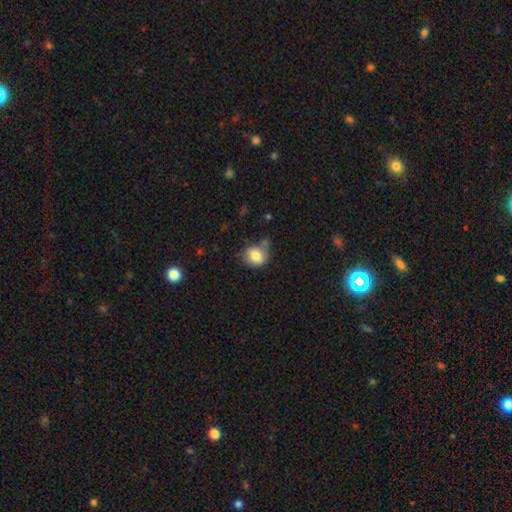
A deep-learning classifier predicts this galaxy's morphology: Overall: smooth (81%). How rounded: round (71%). Merging: none (61%; minor disturbance 22%).